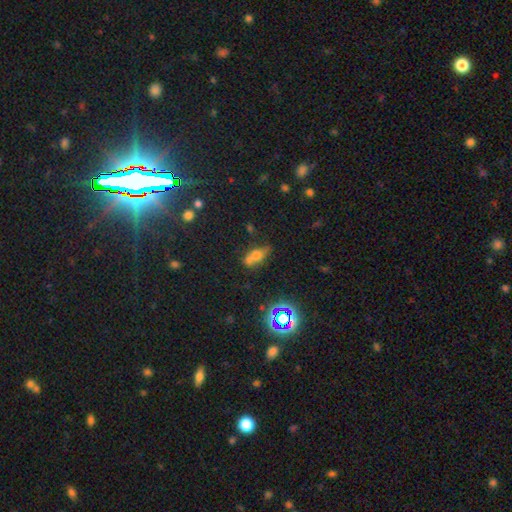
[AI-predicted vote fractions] Smooth or featured? smooth (55%)
How rounded? in between (68%)
Merging? none (46%)